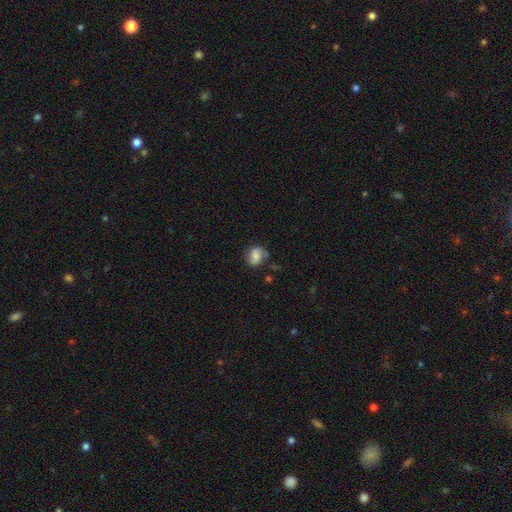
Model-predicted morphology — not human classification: featured or disk 47%, smooth 44%, star or artifact 9%. Down the decision tree: merging — none (61%).